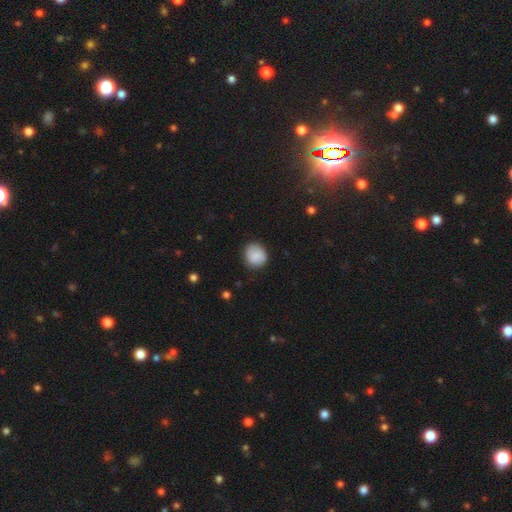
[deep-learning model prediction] smooth 86%, star or artifact 7%, featured or disk 7%. Down the decision tree: how rounded — round (84%); merging — none (83%).